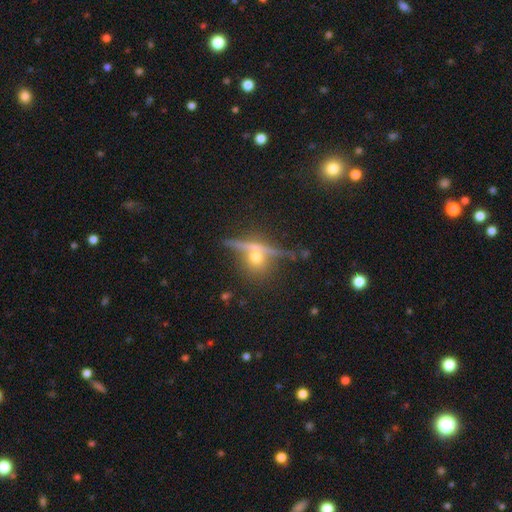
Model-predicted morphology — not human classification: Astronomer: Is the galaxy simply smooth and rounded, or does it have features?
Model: featured or disk — 46% (runner-up: smooth, 35%).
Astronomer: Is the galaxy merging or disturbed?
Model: none — 68%.